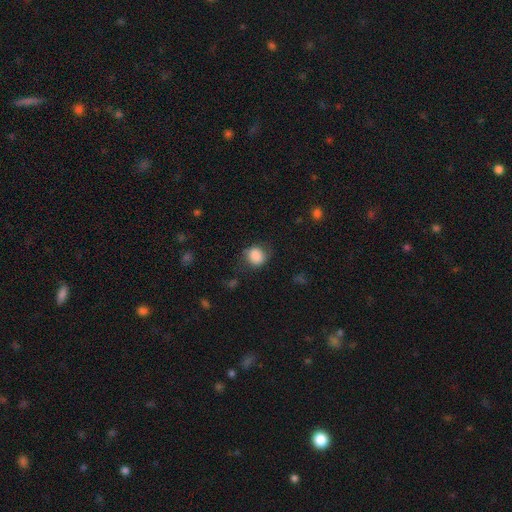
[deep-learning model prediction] A smooth galaxy with no disk features (85%) that is round (77%). Merging: none (68%).